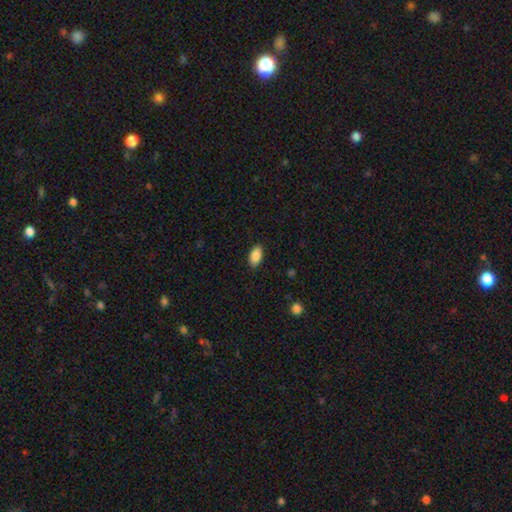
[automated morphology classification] This appears to be a smooth galaxy with no disk features (89%) that is in between round and cigar-shaped (94%). Merging: none (88%).